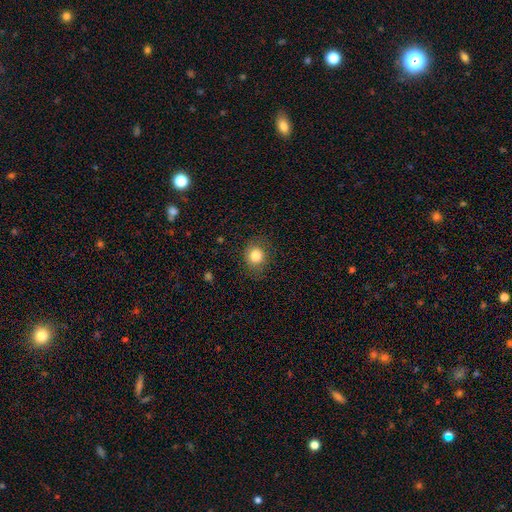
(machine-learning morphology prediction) This is clearly a smooth galaxy (83%). How rounded: likely round (80%). Merging: clearly none (83%).